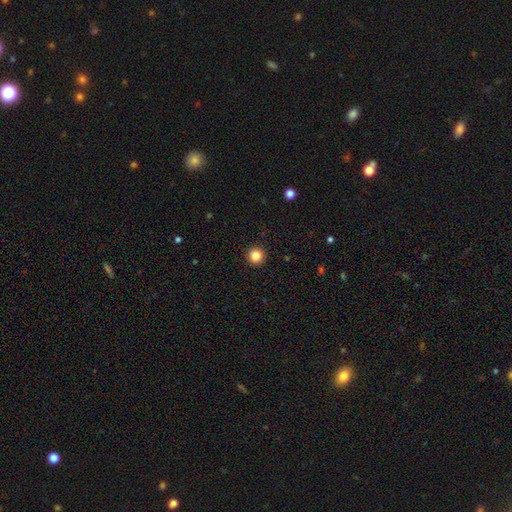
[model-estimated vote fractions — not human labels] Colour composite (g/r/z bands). It shows a smooth galaxy with no disk features (84%) that is round (96%). Merging: none (94%).